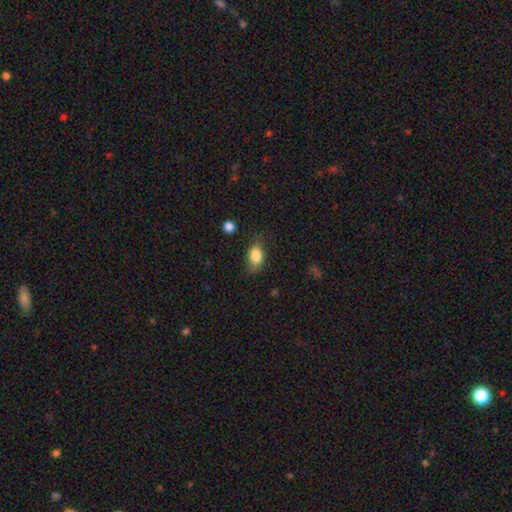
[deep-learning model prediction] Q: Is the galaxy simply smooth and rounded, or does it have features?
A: smooth — 84%.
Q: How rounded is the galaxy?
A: in between — 81%.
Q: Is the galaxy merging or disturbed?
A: none — 73%.